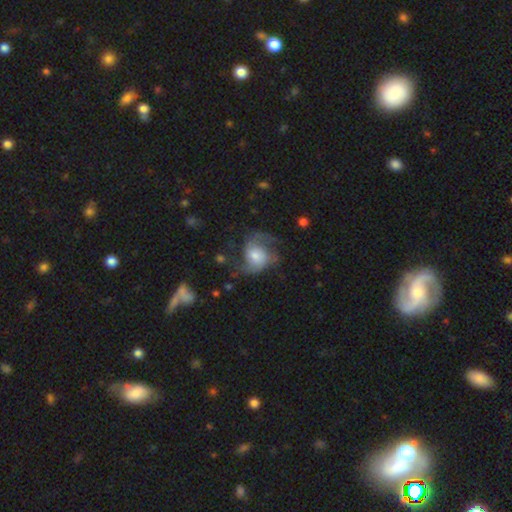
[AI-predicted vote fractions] Smooth or featured? Predicted: featured or disk (p=0.69). Edge-on disk? Predicted: no (p=0.98). Bar? Predicted: no (p=0.63). Spiral arms? Predicted: yes (p=0.91). Spiral winding? Predicted: medium (p=0.45). Spiral arm count? Predicted: 2 (p=0.77). Bulge size? Predicted: moderate (p=0.45). Merging? Predicted: none (p=0.53).